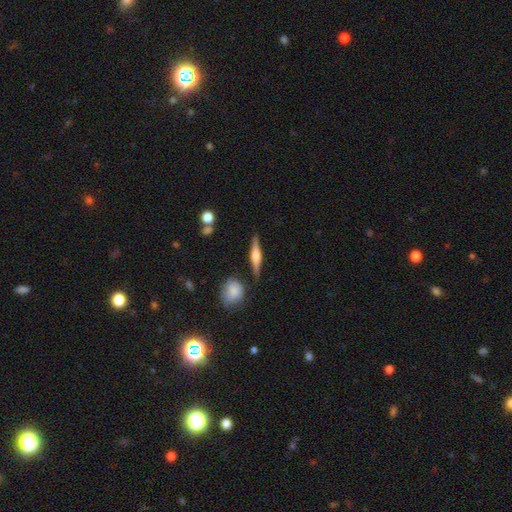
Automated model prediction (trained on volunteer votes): This is likely a featured or disk galaxy (63%). It is clearly viewed edge-on (97%). Edge-on bulge: likely rounded (77%). Merging: clearly none (85%).